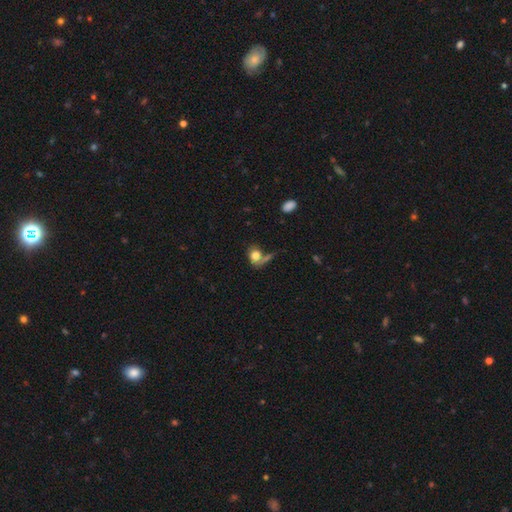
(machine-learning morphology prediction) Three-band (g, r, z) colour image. It shows a smooth galaxy with no disk features (76%) that is round (52%). Merging: none (44%).